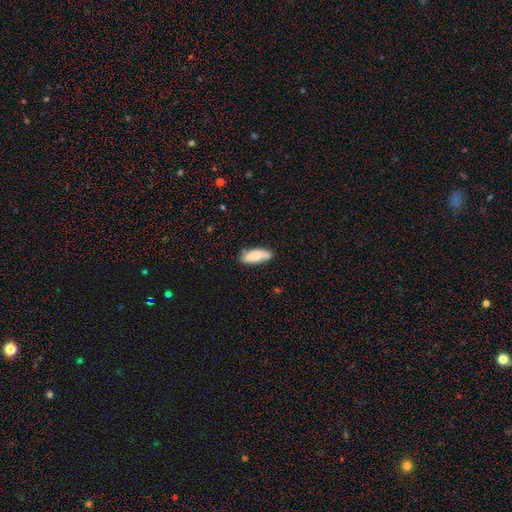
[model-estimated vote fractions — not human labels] Overall: smooth (79%). How rounded: in between (74%). Merging: none (71%).